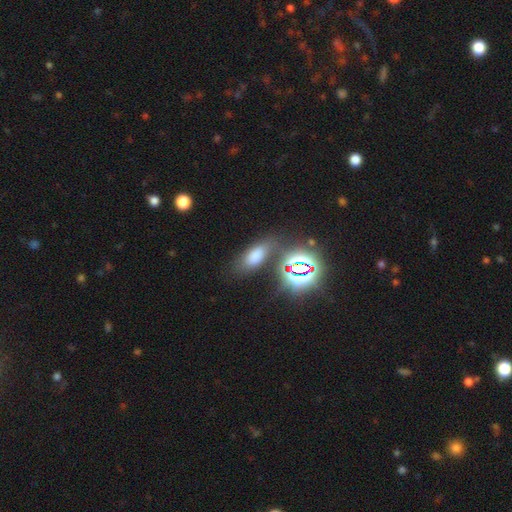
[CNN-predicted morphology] This appears to be a smooth galaxy with no disk features (59%) that is in between round and cigar-shaped (83%). Merging: none (68%).